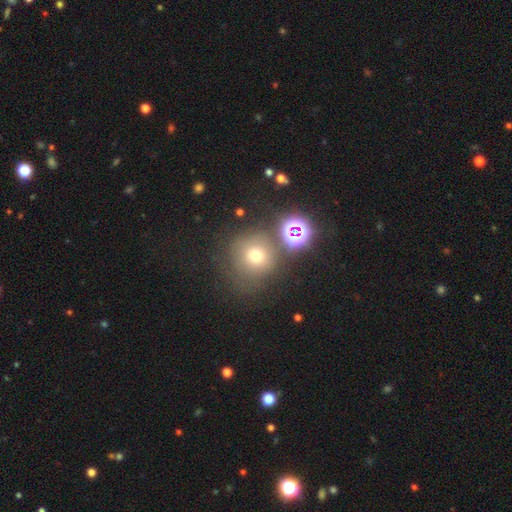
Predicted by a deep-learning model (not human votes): Smooth or featured: smooth — 67% (star or artifact — 21%)
How rounded: round — 91% (in between — 8%)
Merging: none — 65% (minor disturbance — 14%)